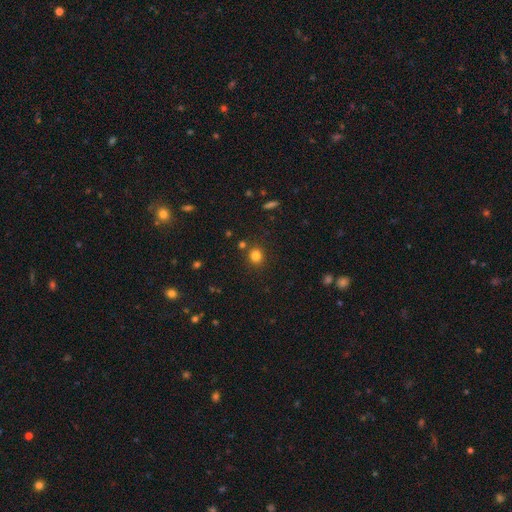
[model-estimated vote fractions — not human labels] A smooth galaxy with no disk features (81%) that is round (86%). Merging: none (84%).